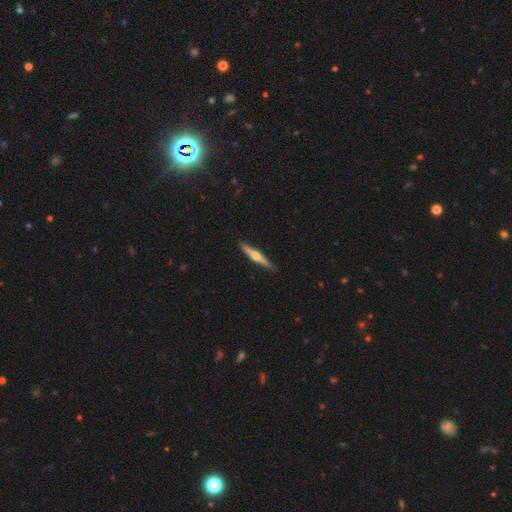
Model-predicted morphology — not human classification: Smooth or featured? featured or disk (66%)
Edge-on disk? yes (98%)
Edge-on bulge? rounded (93%)
Merging? none (91%)